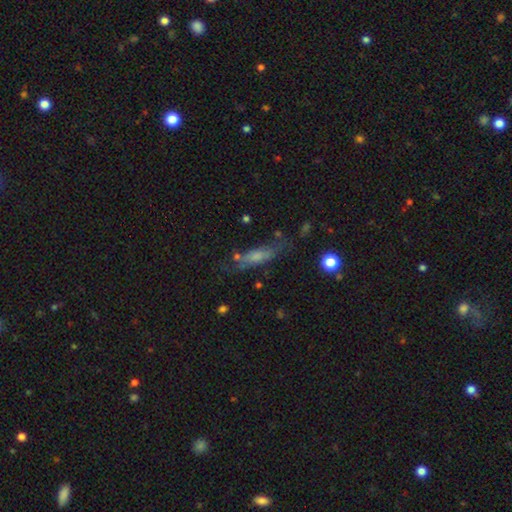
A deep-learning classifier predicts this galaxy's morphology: Overall: smooth (44%; featured or disk 41%). Merging: none (65%).